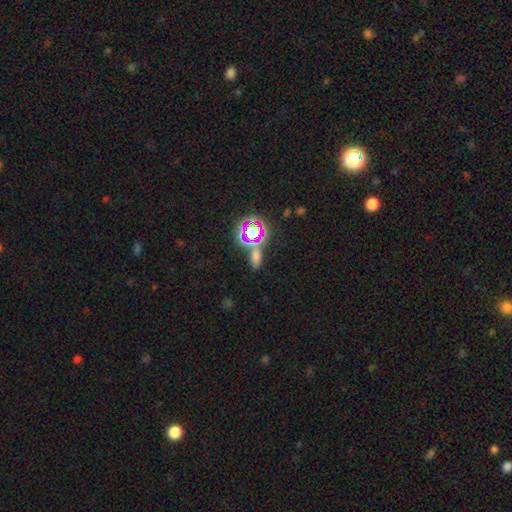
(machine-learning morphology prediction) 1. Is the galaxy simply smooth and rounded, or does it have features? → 50% smooth, 40% star or artifact, 10% featured or disk.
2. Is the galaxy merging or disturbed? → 63% none, 19% merger, 12% minor disturbance, 6% major disturbance.